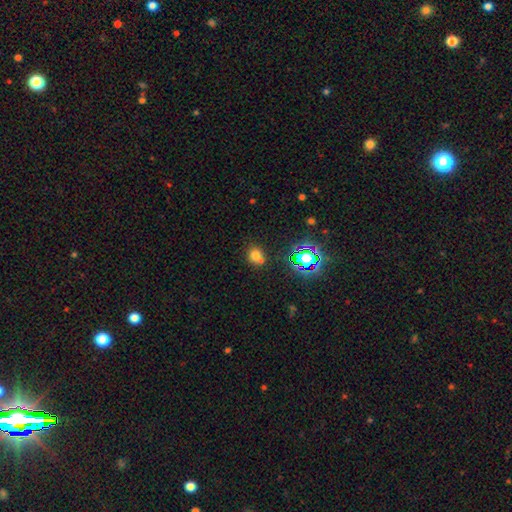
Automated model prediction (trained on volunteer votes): Smooth or featured? smooth (69%)
How rounded? round (73%)
Merging? none (58%)